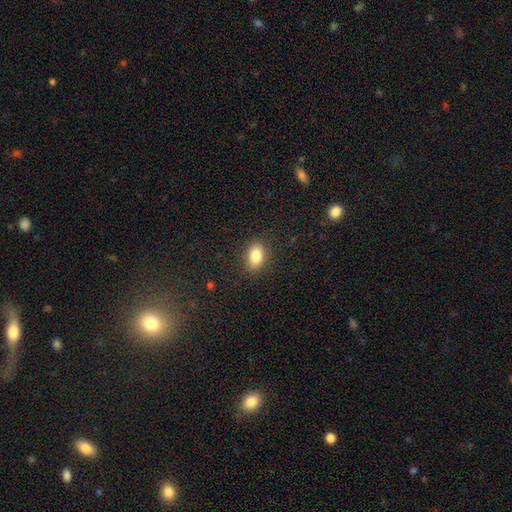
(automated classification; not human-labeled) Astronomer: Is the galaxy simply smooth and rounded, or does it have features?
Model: smooth — 84%.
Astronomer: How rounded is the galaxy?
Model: in between — 83%.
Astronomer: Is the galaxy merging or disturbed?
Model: none — 85%.